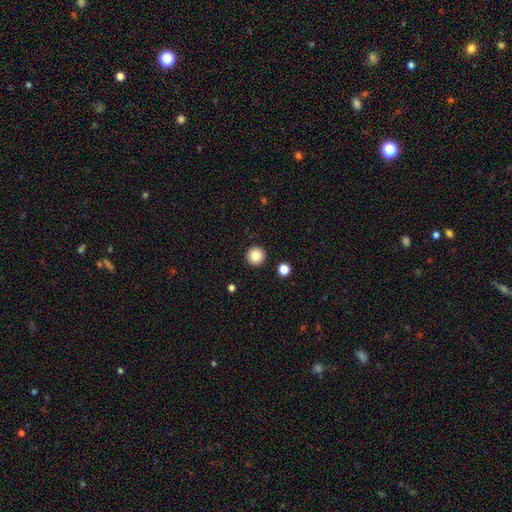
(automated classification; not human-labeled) smooth_or_featured: smooth (p=0.85) [alt: star or artifact p=0.10]
how_rounded: round (p=0.96) [alt: in between p=0.03]
merging: none (p=0.93) [alt: minor disturbance p=0.04]